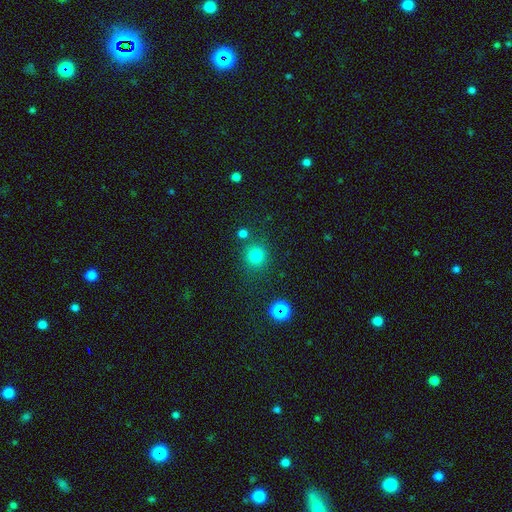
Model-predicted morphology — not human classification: Smooth or featured: smooth — 78% (star or artifact — 17%)
How rounded: round — 91% (in between — 8%)
Merging: none — 80% (minor disturbance — 9%)